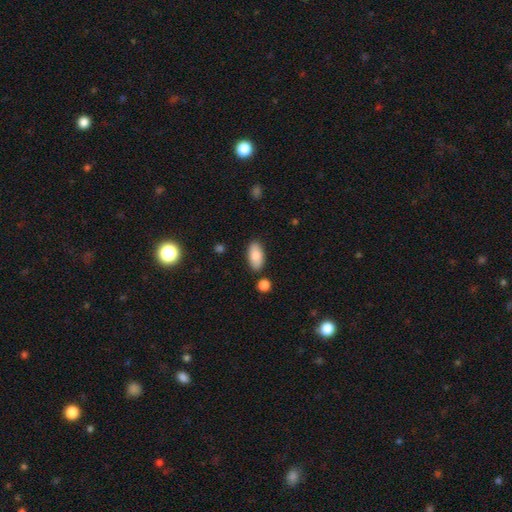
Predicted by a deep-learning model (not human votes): Q: Smooth or featured?
A: smooth (82%); runner-up: featured or disk (11%)
Q: How rounded?
A: in between (92%); runner-up: cigar-shaped (5%)
Q: Merging?
A: none (84%); runner-up: minor disturbance (10%)